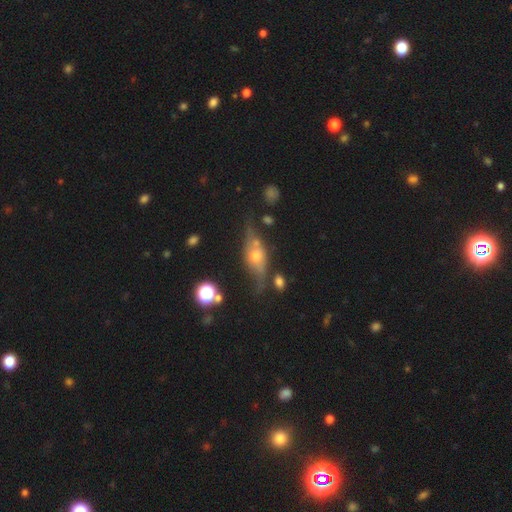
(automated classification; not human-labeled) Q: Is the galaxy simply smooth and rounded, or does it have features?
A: featured or disk — 62%.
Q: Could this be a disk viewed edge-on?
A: yes — 67%.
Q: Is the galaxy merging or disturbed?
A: none — 57%.